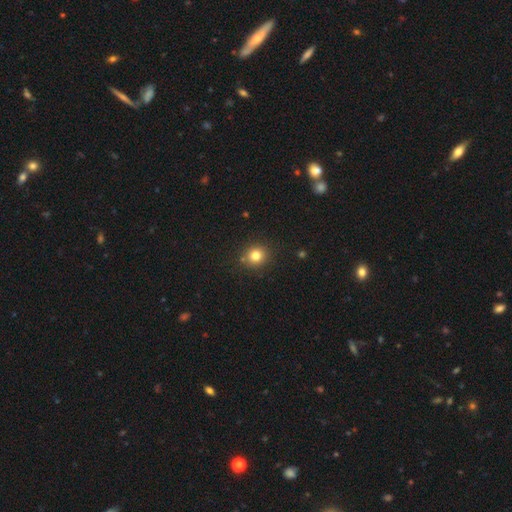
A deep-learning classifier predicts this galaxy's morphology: A smooth galaxy with no disk features (80%) that is round (87%).

Vote fractions:
- Smooth or featured? smooth: 80% / star or artifact: 13% / featured or disk: 7%
- How rounded? round: 87% / in between: 12% / cigar-shaped: 1%
- Merging? none: 87% / minor disturbance: 8% / merger: 3% / major disturbance: 2%